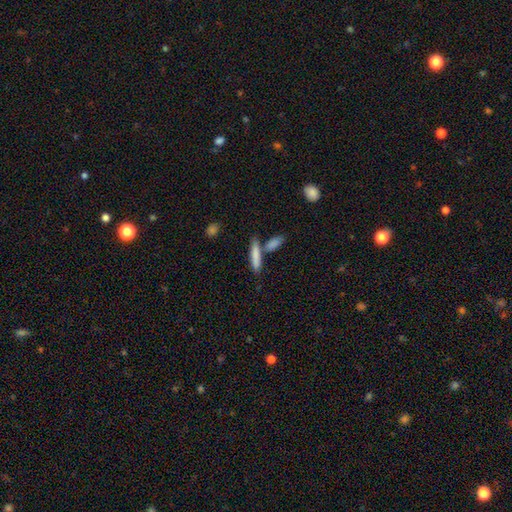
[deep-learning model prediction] Smooth or featured?
  - smooth: 79% *
  - featured or disk: 15%
  - star or artifact: 6%
How rounded?
  - cigar-shaped: 80% *
  - in between: 17%
  - round: 2%
Merging?
  - none: 62% *
  - merger: 25%
  - minor disturbance: 10%
  - major disturbance: 3%